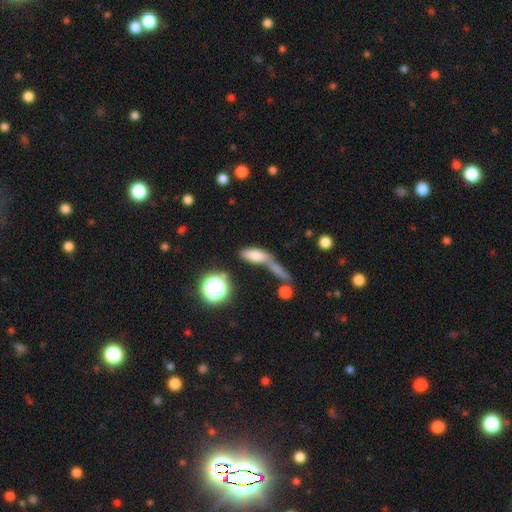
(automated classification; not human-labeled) A smooth galaxy with no disk features (71%) that is in between round and cigar-shaped (66%).

Vote fractions:
- Smooth or featured? smooth: 71% / featured or disk: 16% / star or artifact: 13%
- How rounded? in between: 66% / cigar-shaped: 26% / round: 8%
- Merging? merger: 50% / none: 28% / minor disturbance: 12% / major disturbance: 11%